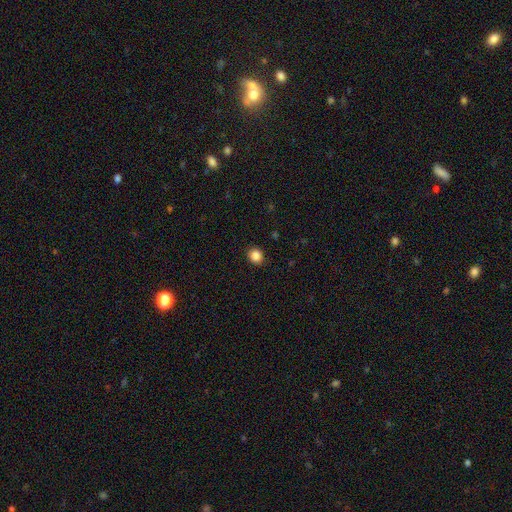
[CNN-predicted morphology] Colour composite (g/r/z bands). It shows a smooth galaxy with no disk features (85%) that is round (87%). Merging: none (92%).